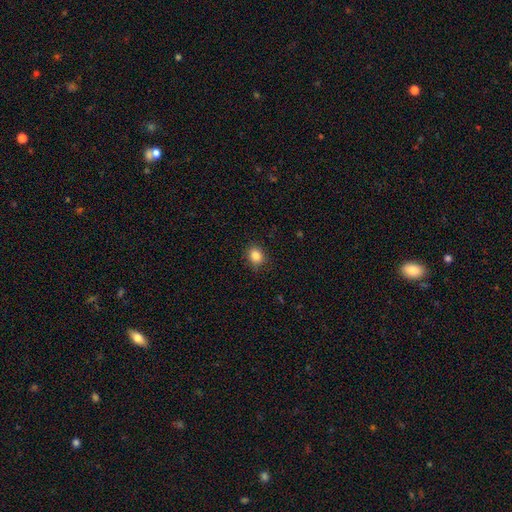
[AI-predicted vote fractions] smooth 85%, star or artifact 10%, featured or disk 4%. Down the decision tree: how rounded — round (60%); merging — none (84%).